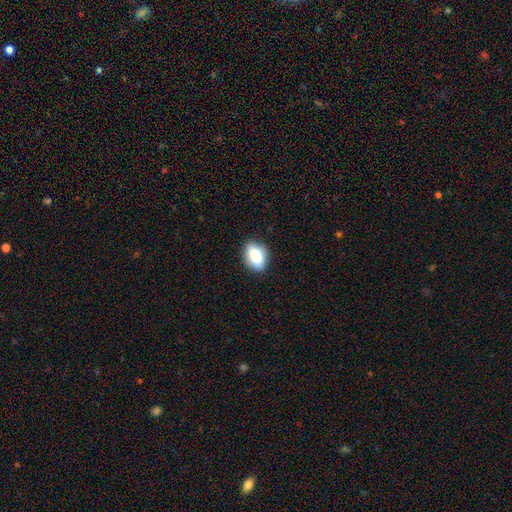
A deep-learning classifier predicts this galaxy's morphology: The model was most divided on "how rounded": in between: 80%, round: 18%, cigar-shaped: 2%. More confident: merging — none (86%); smooth or featured — smooth (79%).